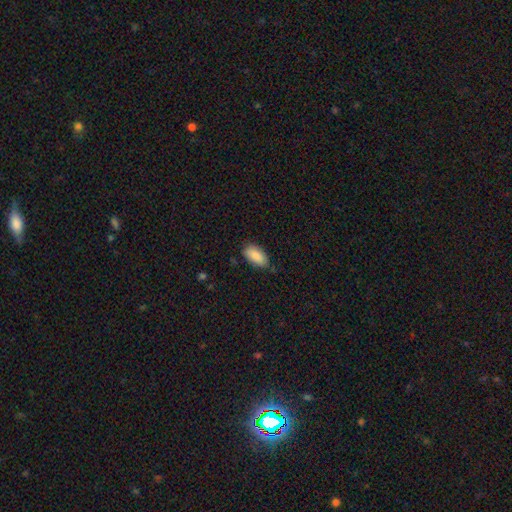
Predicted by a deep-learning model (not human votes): smooth 89%, star or artifact 6%, featured or disk 5%. Down the decision tree: how rounded — in between (92%); merging — none (77%).